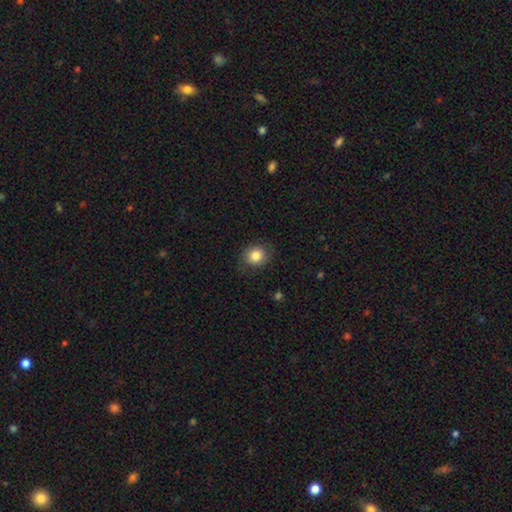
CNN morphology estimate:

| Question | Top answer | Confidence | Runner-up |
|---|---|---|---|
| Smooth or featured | smooth | 83% | star or artifact (9%) |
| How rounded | round | 69% | in between (30%) |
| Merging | none | 81% | minor disturbance (14%) |